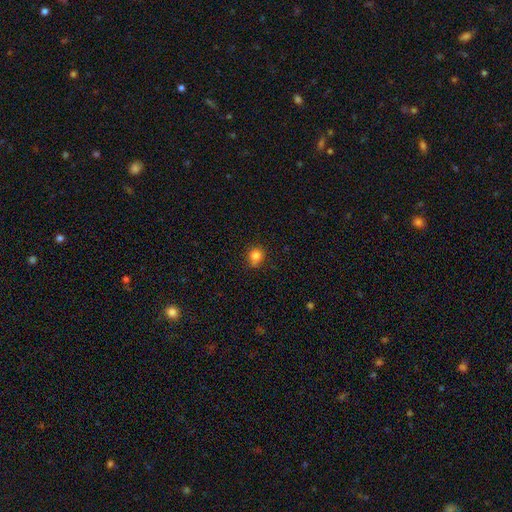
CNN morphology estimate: Smooth or featured? Predicted: smooth (p=0.82). How rounded? Predicted: round (p=0.80). Merging? Predicted: none (p=0.75).